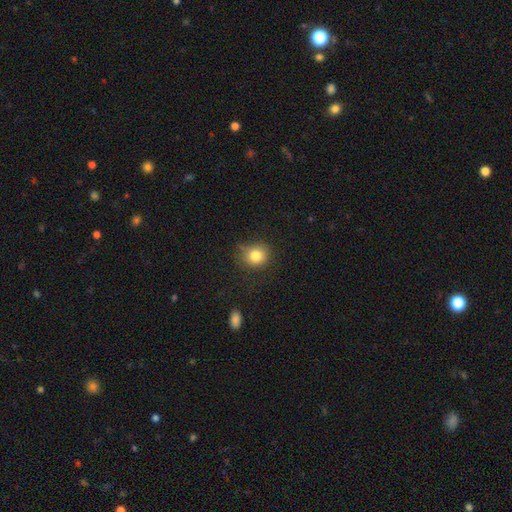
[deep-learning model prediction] Q: Smooth or featured?
A: smooth (82%); runner-up: star or artifact (11%)
Q: How rounded?
A: round (84%); runner-up: in between (15%)
Q: Merging?
A: none (72%); runner-up: minor disturbance (20%)